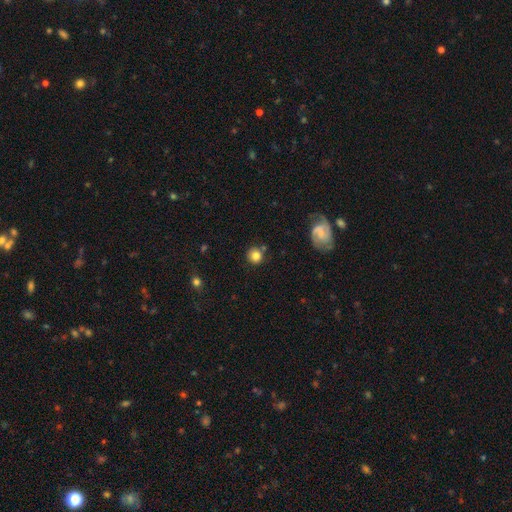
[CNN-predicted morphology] A smooth galaxy with no disk features (80%) that is round (91%). Merging: none (77%).